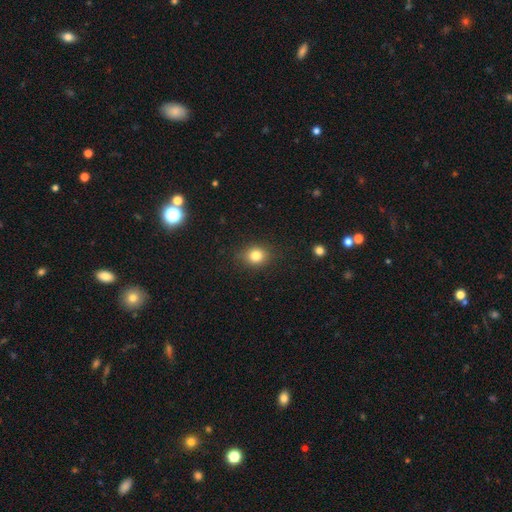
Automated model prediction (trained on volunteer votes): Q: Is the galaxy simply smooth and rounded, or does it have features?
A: smooth — 81%.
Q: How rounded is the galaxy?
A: round — 67%.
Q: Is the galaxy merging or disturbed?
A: none — 84%.